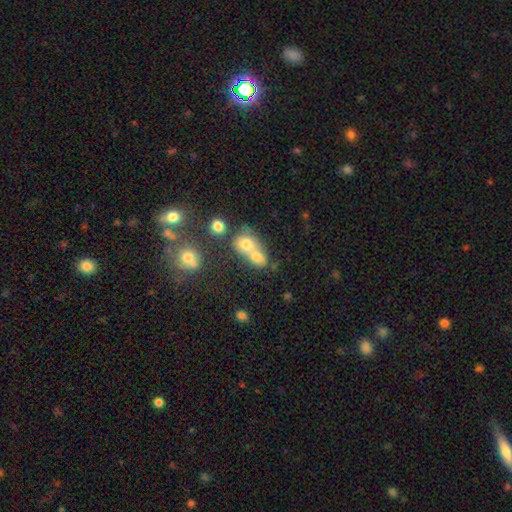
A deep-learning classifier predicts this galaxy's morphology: Smooth or featured? smooth (69%)
How rounded? round (51%)
Merging? merger (67%)